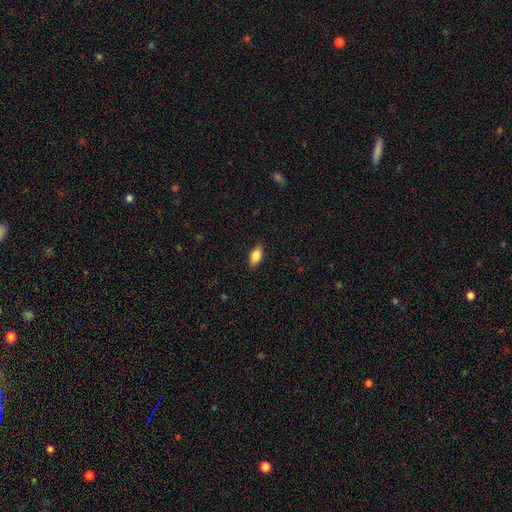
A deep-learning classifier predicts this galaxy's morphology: Smooth or featured? Predicted: smooth (p=0.83). How rounded? Predicted: in between (p=0.89). Merging? Predicted: none (p=0.87).